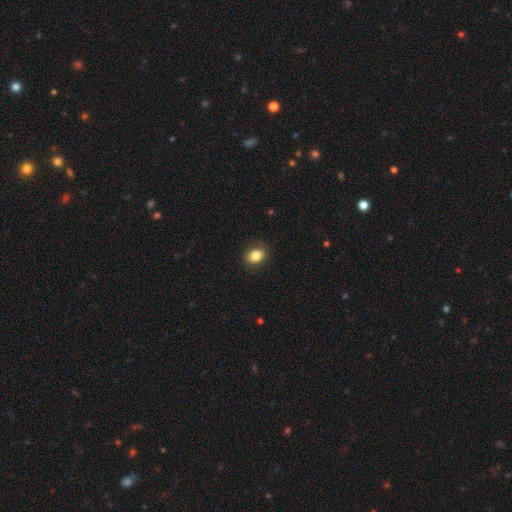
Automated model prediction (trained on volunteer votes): Q: Smooth or featured?
A: smooth (84%); runner-up: star or artifact (9%)
Q: How rounded?
A: in between (69%); runner-up: round (29%)
Q: Merging?
A: none (86%); runner-up: minor disturbance (11%)